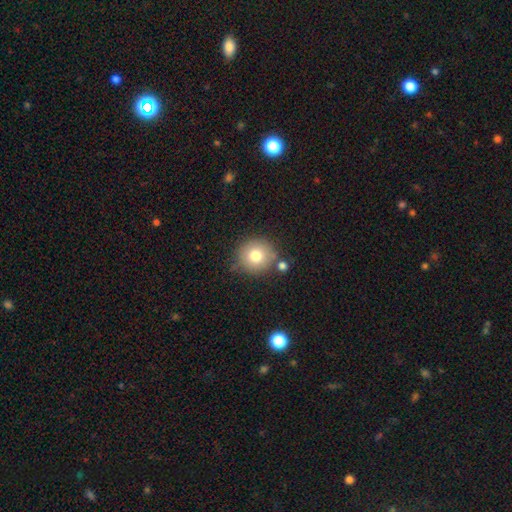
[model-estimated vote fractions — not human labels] Overall: smooth (78%). How rounded: round (90%). Merging: none (74%).